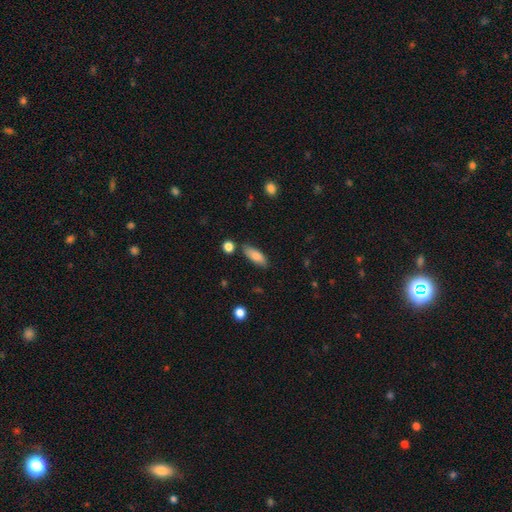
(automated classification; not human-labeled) Smooth or featured?
  - smooth: 83% *
  - featured or disk: 10%
  - star or artifact: 7%
How rounded?
  - in between: 72% *
  - cigar-shaped: 25%
  - round: 2%
Merging?
  - none: 78% *
  - minor disturbance: 14%
  - merger: 5%
  - major disturbance: 3%